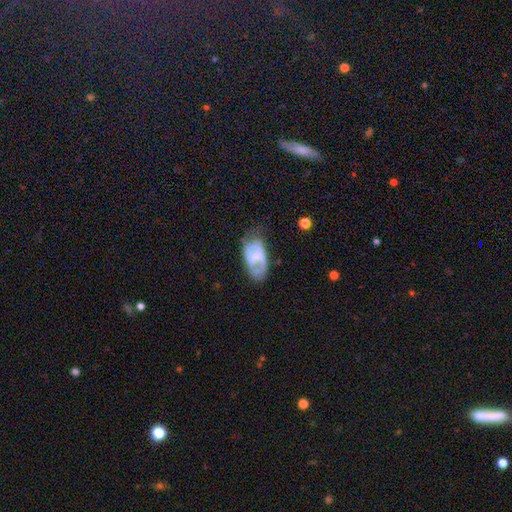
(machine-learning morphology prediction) smooth_or_featured: featured or disk (p=0.57) [alt: smooth p=0.36]
disk_edge_on: no (p=0.95) [alt: yes p=0.05]
bar: weak (p=0.45) [alt: no p=0.32]
has_spiral_arms: yes (p=0.61) [alt: no p=0.39]
bulge_size: small (p=0.36) [alt: none p=0.35]
merging: none (p=0.45) [alt: minor disturbance p=0.32]